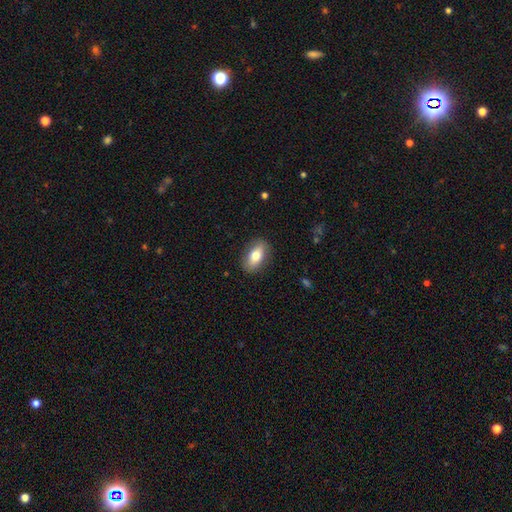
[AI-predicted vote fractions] Smooth or featured? Predicted: smooth (p=0.74). How rounded? Predicted: in between (p=0.88). Merging? Predicted: none (p=0.86).